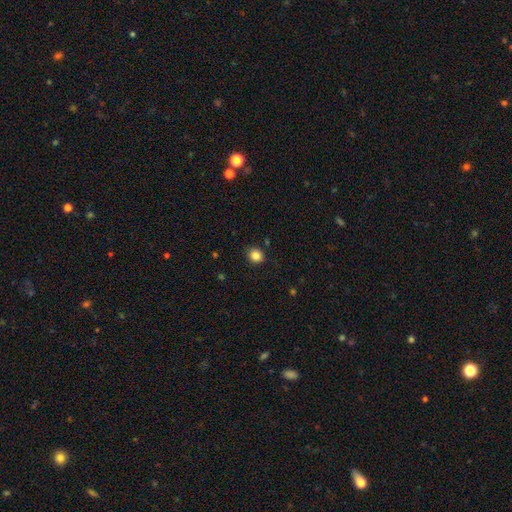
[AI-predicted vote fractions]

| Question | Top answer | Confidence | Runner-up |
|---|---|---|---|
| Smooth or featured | smooth | 84% | star or artifact (11%) |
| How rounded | round | 76% | in between (23%) |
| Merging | none | 89% | minor disturbance (8%) |